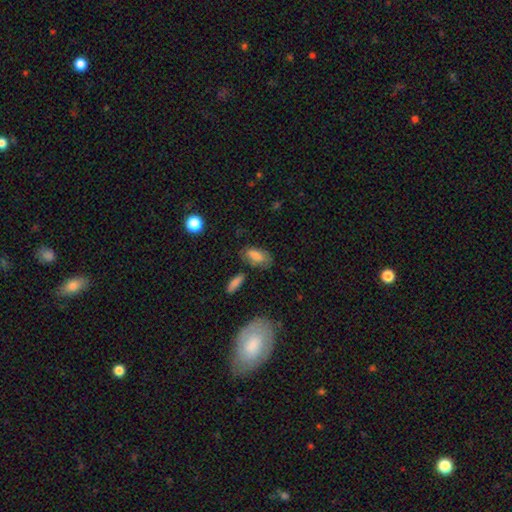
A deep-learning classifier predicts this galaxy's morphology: This is likely a smooth galaxy (76%). How rounded: clearly in between (87%). Merging: likely none (63%).